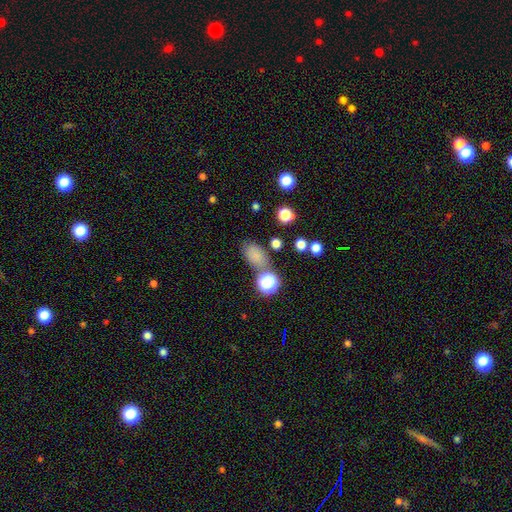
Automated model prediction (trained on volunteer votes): smooth-or-featured: smooth: 76% | star or artifact: 17% | featured or disk: 7%
  how-rounded: in between: 80% | round: 18% | cigar-shaped: 2%
  merging: none: 68% | minor disturbance: 17% | merger: 10% | major disturbance: 6%